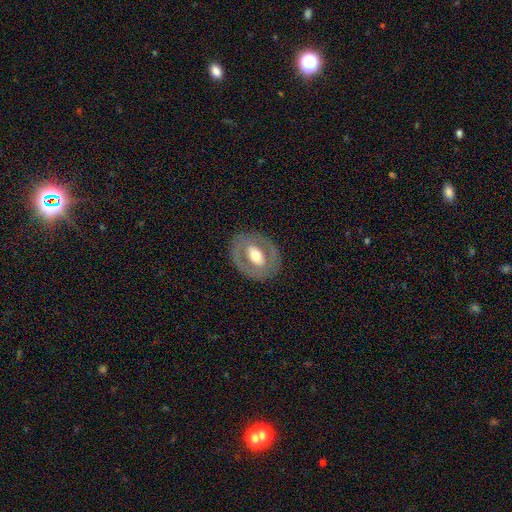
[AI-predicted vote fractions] Smooth or featured: featured or disk — 56% (smooth — 38%)
Edge-on disk: no — 92% (yes — 8%)
Bar: no — 48% (weak — 29%)
Spiral arms: no — 85% (yes — 15%)
Bulge size: moderate — 63% (large — 24%)
Merging: none — 83% (minor disturbance — 10%)